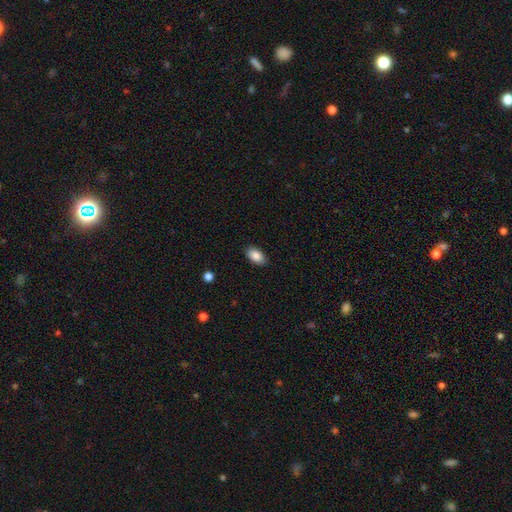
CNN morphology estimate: smooth 88%, star or artifact 7%, featured or disk 5%. Down the decision tree: how rounded — in between (93%); merging — none (88%).